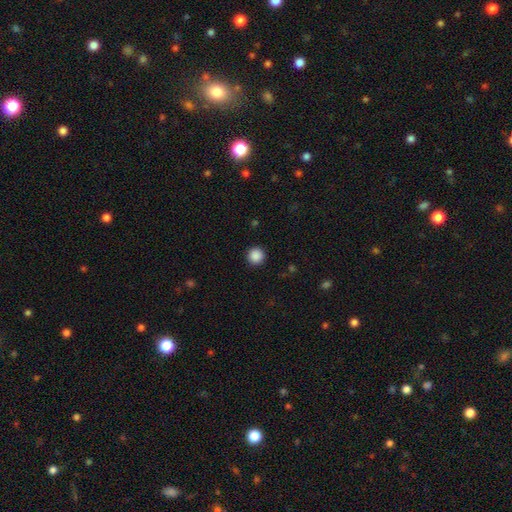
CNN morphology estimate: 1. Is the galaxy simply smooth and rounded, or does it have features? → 88% smooth, 10% star or artifact, 2% featured or disk.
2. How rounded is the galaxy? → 96% round, 3% in between, 1% cigar-shaped.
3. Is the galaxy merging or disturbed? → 93% none, 5% minor disturbance, 2% major disturbance, 1% merger.